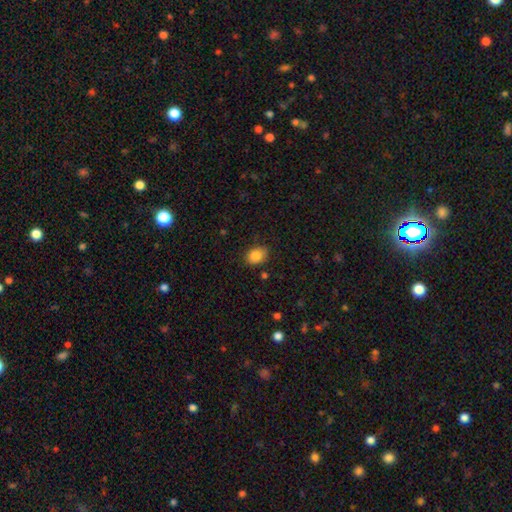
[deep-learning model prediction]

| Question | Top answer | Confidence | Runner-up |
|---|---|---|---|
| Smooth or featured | smooth | 86% | star or artifact (9%) |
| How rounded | in between | 60% | round (39%) |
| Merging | none | 79% | minor disturbance (16%) |